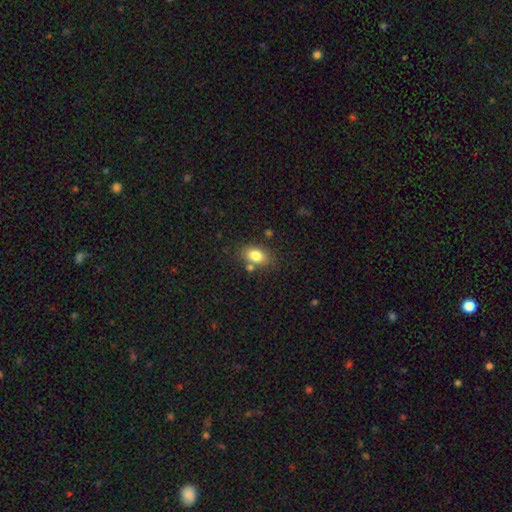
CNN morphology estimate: This appears to be a smooth galaxy with no disk features (81%) that is in between round and cigar-shaped (84%). Merging: none (73%).